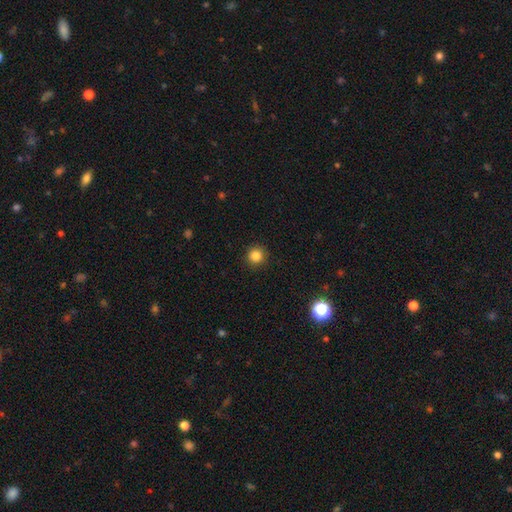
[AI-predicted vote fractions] smooth_or_featured: smooth (p=0.84) [alt: star or artifact p=0.12]
how_rounded: round (p=0.95) [alt: in between p=0.04]
merging: none (p=0.92) [alt: minor disturbance p=0.06]